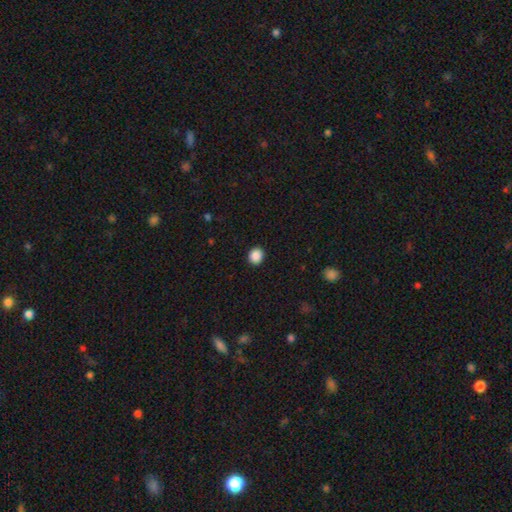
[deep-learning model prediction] Q: Smooth or featured?
A: smooth (88%); runner-up: star or artifact (9%)
Q: How rounded?
A: round (79%); runner-up: in between (20%)
Q: Merging?
A: none (92%); runner-up: minor disturbance (5%)